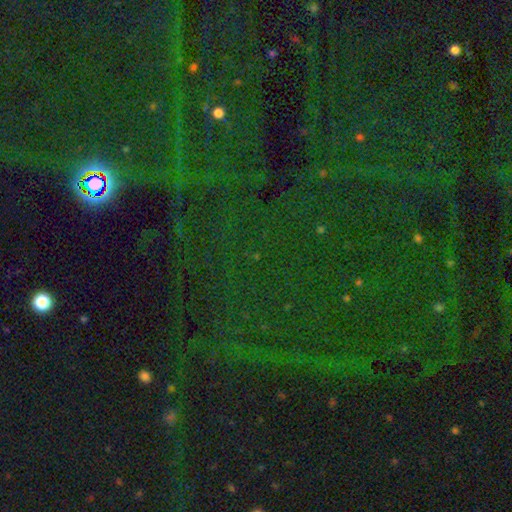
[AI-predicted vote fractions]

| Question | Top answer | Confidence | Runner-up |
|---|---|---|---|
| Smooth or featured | star or artifact | 83% | smooth (9%) |